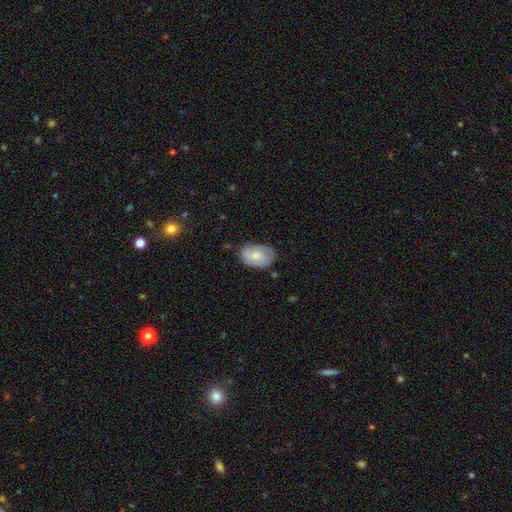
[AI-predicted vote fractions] Smooth or featured?
  - smooth: 60% *
  - featured or disk: 33%
  - star or artifact: 6%
How rounded?
  - in between: 88% *
  - round: 11%
  - cigar-shaped: 1%
Merging?
  - none: 71% *
  - minor disturbance: 22%
  - major disturbance: 5%
  - merger: 2%